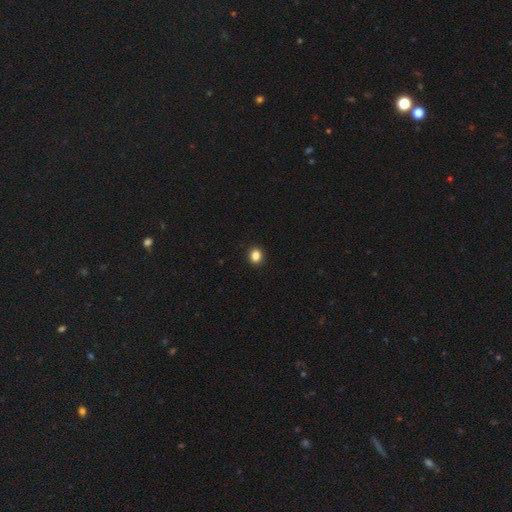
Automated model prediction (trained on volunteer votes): smooth 85%, star or artifact 11%, featured or disk 4%. Down the decision tree: how rounded — round (73%); merging — none (93%).